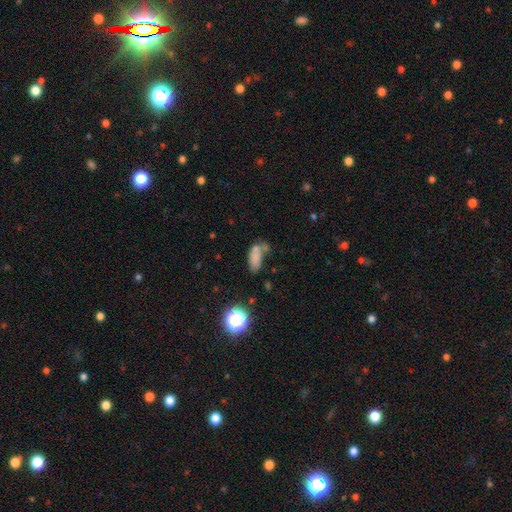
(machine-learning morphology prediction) Smooth or featured: smooth — 74% (star or artifact — 15%)
How rounded: in between — 84% (cigar-shaped — 10%)
Merging: none — 40% (merger — 25%)